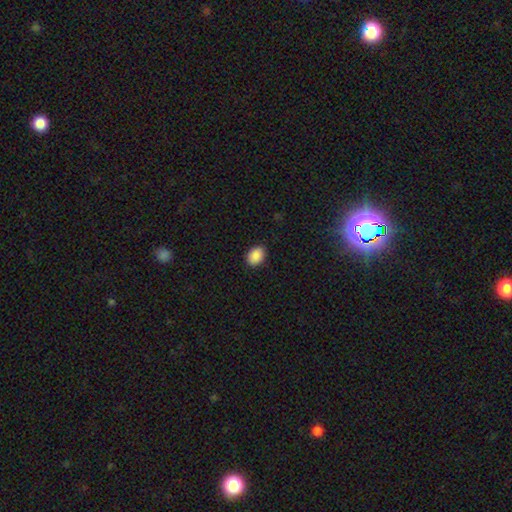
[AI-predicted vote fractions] Smooth or featured? smooth (90%)
How rounded? in between (69%)
Merging? none (89%)